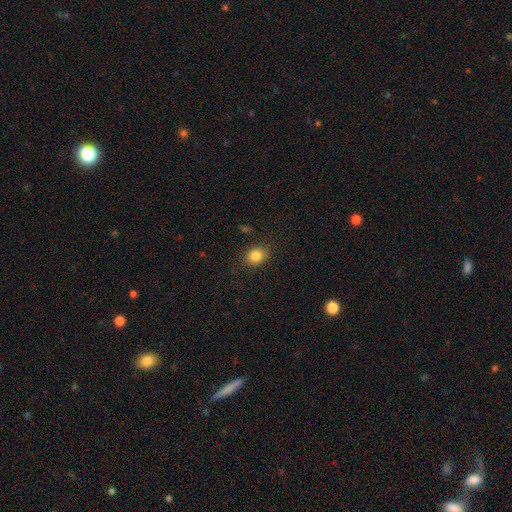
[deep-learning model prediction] smooth-or-featured: smooth: 83% | star or artifact: 10% | featured or disk: 7%
  how-rounded: in between: 52% | round: 47% | cigar-shaped: 1%
  merging: none: 86% | minor disturbance: 10% | major disturbance: 3% | merger: 1%